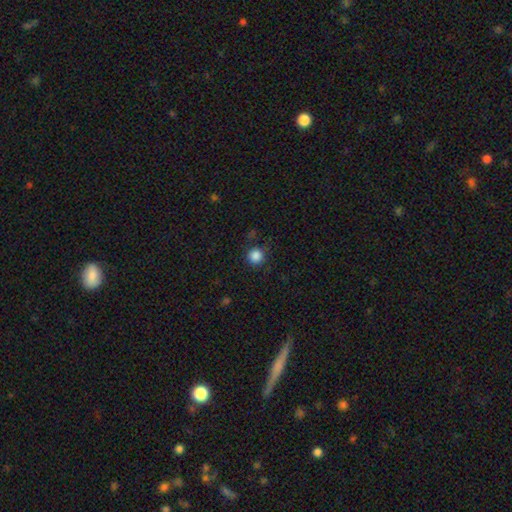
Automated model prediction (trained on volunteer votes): smooth 86%, star or artifact 10%, featured or disk 3%. Down the decision tree: how rounded — round (95%); merging — none (88%).